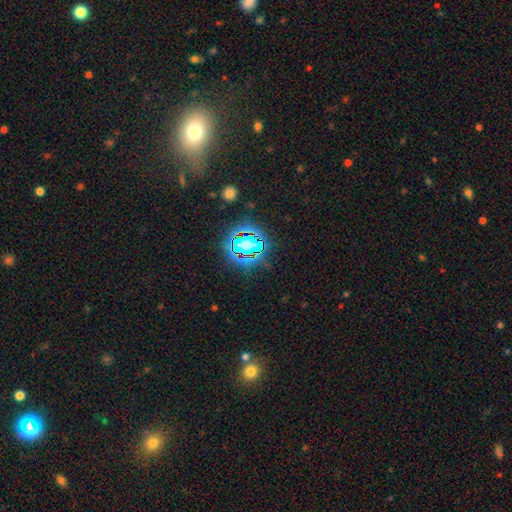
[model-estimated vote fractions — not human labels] Smooth or featured: star or artifact — 77% (smooth — 14%)